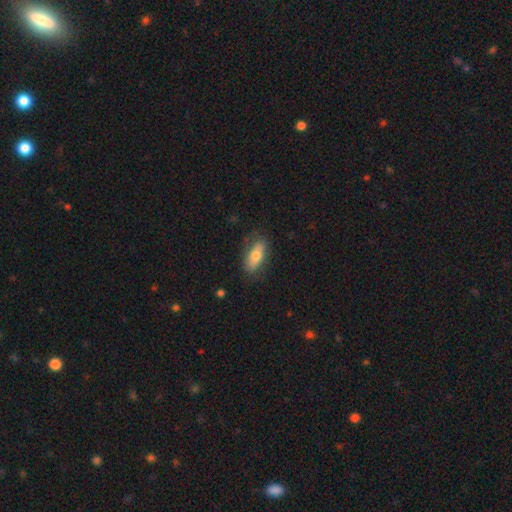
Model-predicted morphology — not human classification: type=smooth (66%); roundness=in between (80%); merging=none (73%).